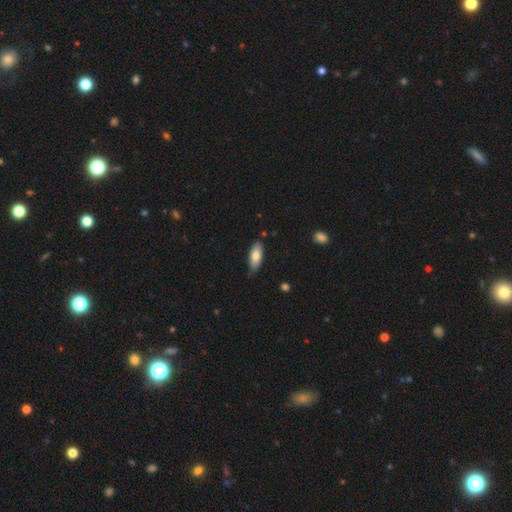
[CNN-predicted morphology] Smooth or featured?
  - smooth: 77% *
  - featured or disk: 17%
  - star or artifact: 6%
How rounded?
  - in between: 82% *
  - cigar-shaped: 16%
  - round: 2%
Merging?
  - none: 71% *
  - minor disturbance: 24%
  - major disturbance: 3%
  - merger: 2%